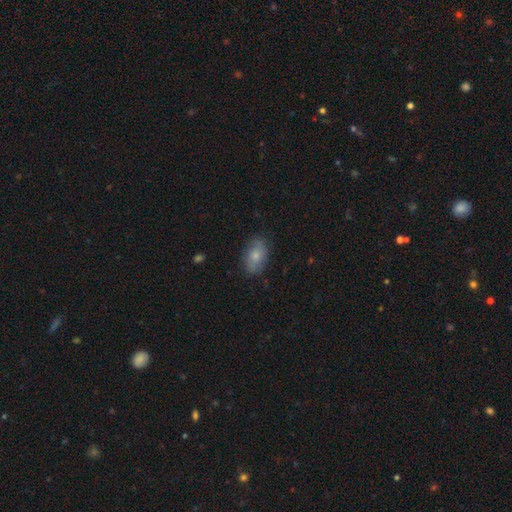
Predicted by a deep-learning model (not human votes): Smooth or featured? smooth (71%)
How rounded? in between (89%)
Merging? none (80%)